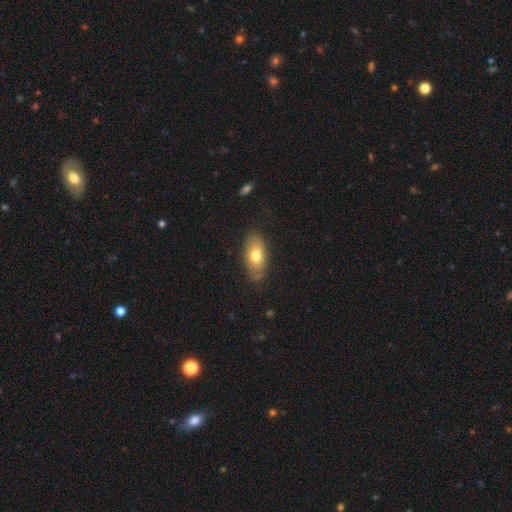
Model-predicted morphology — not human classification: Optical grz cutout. It shows a smooth galaxy with no disk features (72%) that is in between round and cigar-shaped (88%). Merging: none (77%).